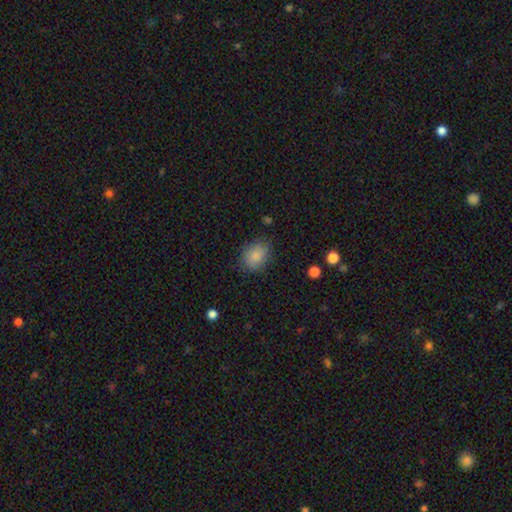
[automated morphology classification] Q: Smooth or featured?
A: smooth (86%); runner-up: star or artifact (8%)
Q: How rounded?
A: in between (61%); runner-up: round (38%)
Q: Merging?
A: none (78%); runner-up: minor disturbance (16%)